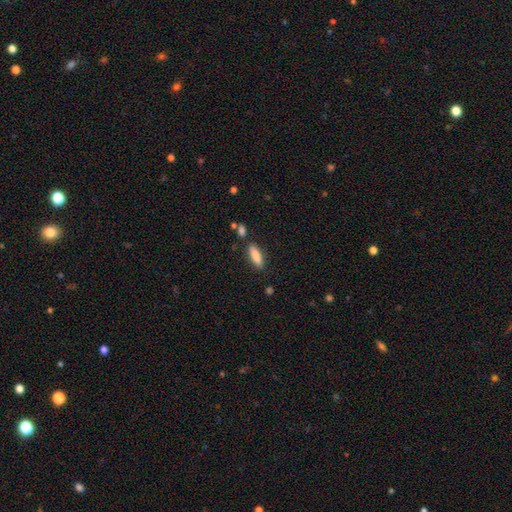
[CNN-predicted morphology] smooth-or-featured: smooth: 84% | featured or disk: 10% | star or artifact: 7%
  how-rounded: in between: 55% | cigar-shaped: 43% | round: 2%
  merging: none: 83% | minor disturbance: 10% | merger: 4% | major disturbance: 3%